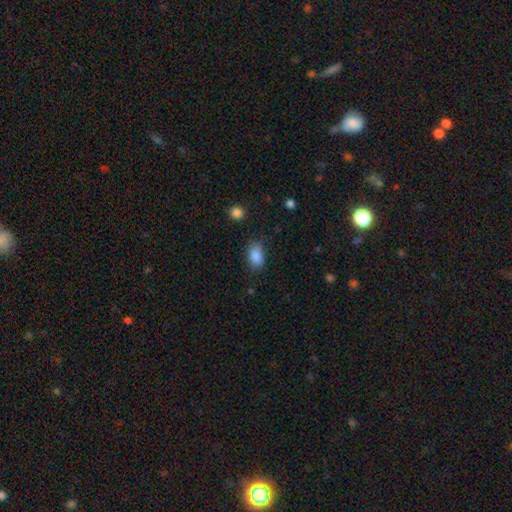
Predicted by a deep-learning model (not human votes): A smooth galaxy with no disk features (87%) that is in between round and cigar-shaped (88%). Merging: none (78%).